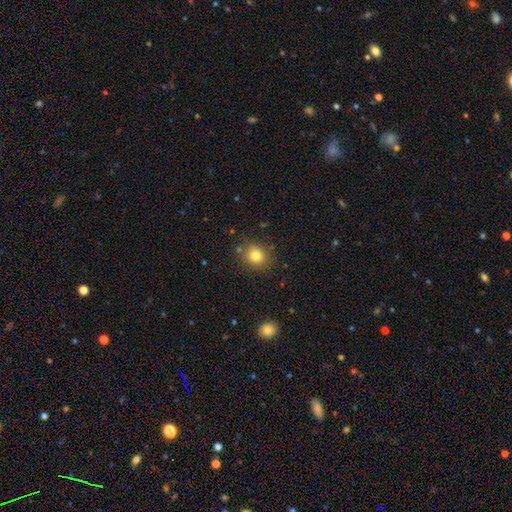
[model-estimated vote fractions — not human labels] Morphology: type=smooth (80%); roundness=round (78%); merging=none (84%).